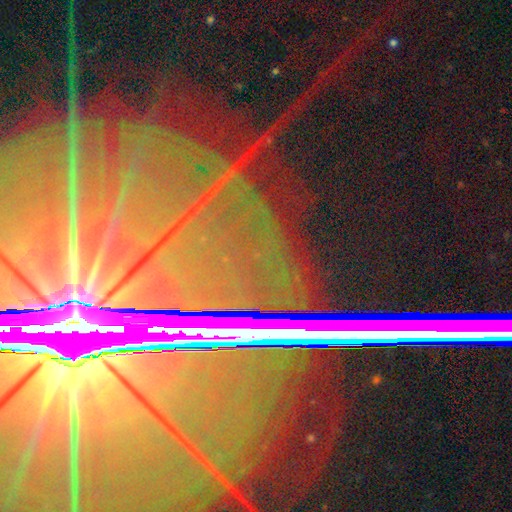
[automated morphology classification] Smooth or featured? star or artifact (83%)